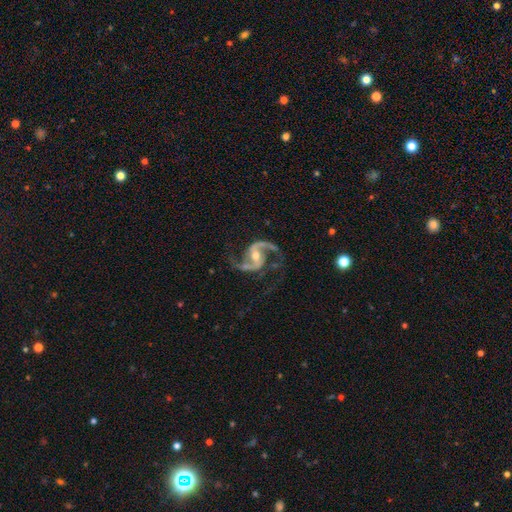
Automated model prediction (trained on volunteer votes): This is clearly a featured or disk galaxy (94%). It is clearly not viewed edge-on (98%). Bar: marginally no (41%). Spiral arm pattern: clearly yes (98%). Spiral arm count: clearly 2 (94%). Spiral winding: possibly medium (53%). Central bulge: likely moderate (64%). Merging: likely none (75%).